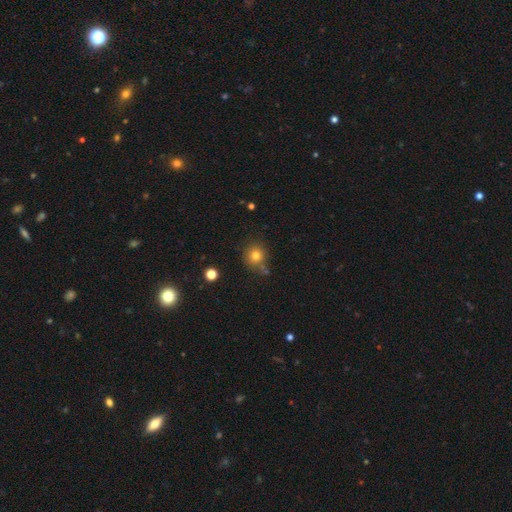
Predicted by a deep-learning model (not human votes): This is likely a smooth galaxy (77%). How rounded: clearly round (89%). Merging: likely none (73%).